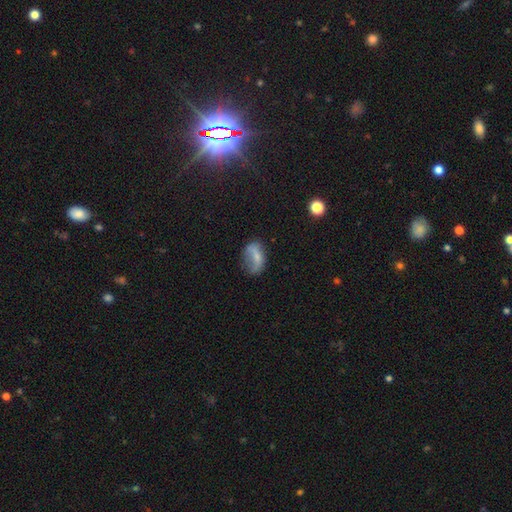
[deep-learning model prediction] Morphology: type=smooth (58%); roundness=in between (83%); merging=none (44%).